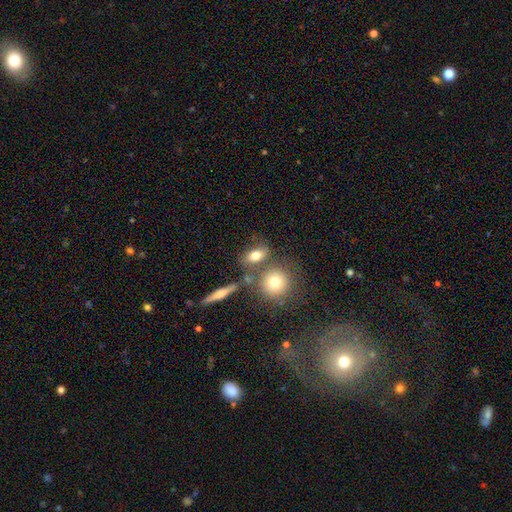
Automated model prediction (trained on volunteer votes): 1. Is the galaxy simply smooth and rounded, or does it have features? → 74% smooth, 14% featured or disk, 12% star or artifact.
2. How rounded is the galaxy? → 64% in between, 30% round, 7% cigar-shaped.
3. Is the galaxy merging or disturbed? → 64% none, 18% merger, 12% minor disturbance, 5% major disturbance.